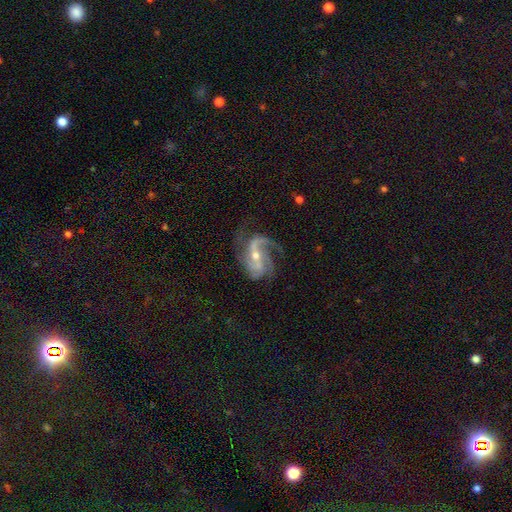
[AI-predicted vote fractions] A featured or disk galaxy (89%) with a weak bar (39%), 3 (45%) medium (48%) spiral arms (97%) and a small central bulge (51%).

Vote fractions:
- Smooth or featured? featured or disk: 89% / star or artifact: 6% / smooth: 5%
- Edge-on disk? no: 97% / yes: 3%
- Bar? weak: 39% / no: 31% / strong: 30%
- Spiral arms? yes: 97% / no: 3%
- Spiral winding? medium: 48% / loose: 32% / tight: 20%
- Spiral arm count? 3: 45% / 2: 27% / can't tell: 9% / 4: 8% / 1: 6% / more than 4: 5%
- Bulge size? small: 51% / moderate: 45% / large: 2% / none: 1% / dominant: 1%
- Merging? none: 60% / minor disturbance: 20% / major disturbance: 18% / merger: 2%